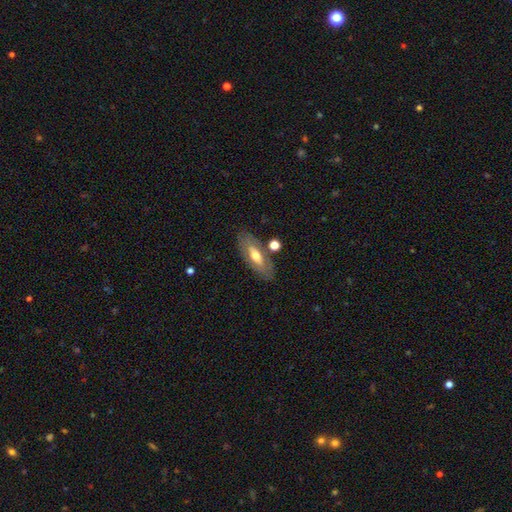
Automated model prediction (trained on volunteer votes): A smooth galaxy with no disk features (48%).

Vote fractions:
- Smooth or featured? smooth: 48% / featured or disk: 45% / star or artifact: 7%
- Merging? none: 76% / minor disturbance: 13% / merger: 6% / major disturbance: 4%